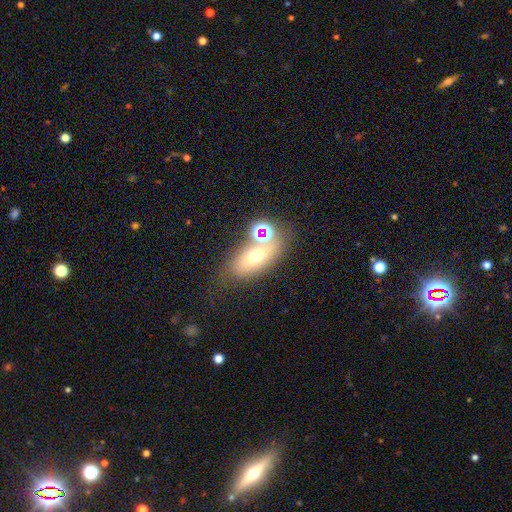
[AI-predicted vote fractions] Smooth or featured? smooth (56%)
How rounded? in between (71%)
Merging? none (57%)